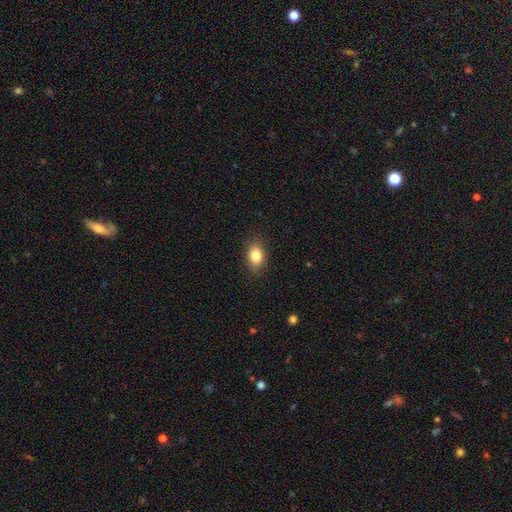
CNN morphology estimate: smooth 83%, star or artifact 9%, featured or disk 8%. Down the decision tree: how rounded — in between (77%); merging — none (86%).